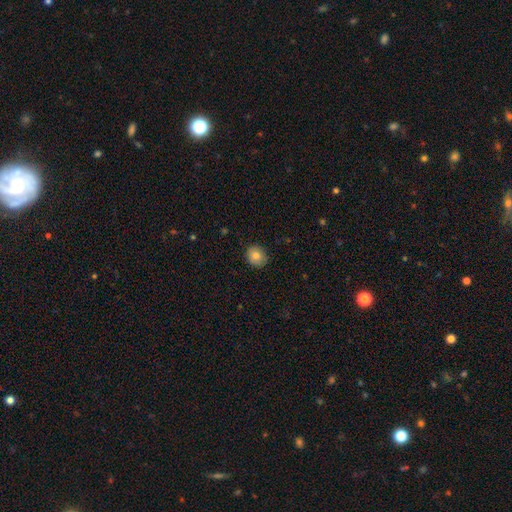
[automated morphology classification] type=smooth (80%); roundness=round (75%); merging=none (86%).